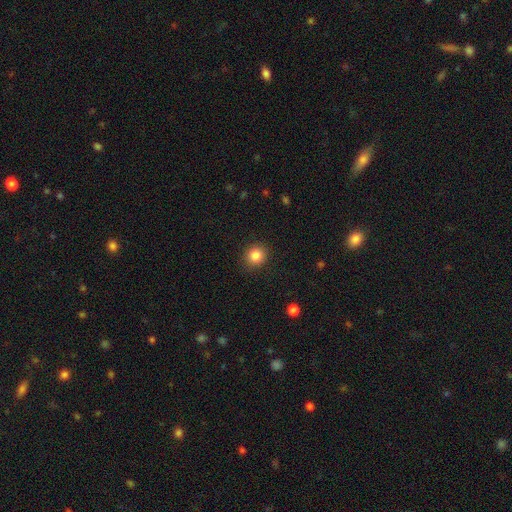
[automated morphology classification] A smooth galaxy with no disk features (85%) that is round (86%). Merging: none (90%).